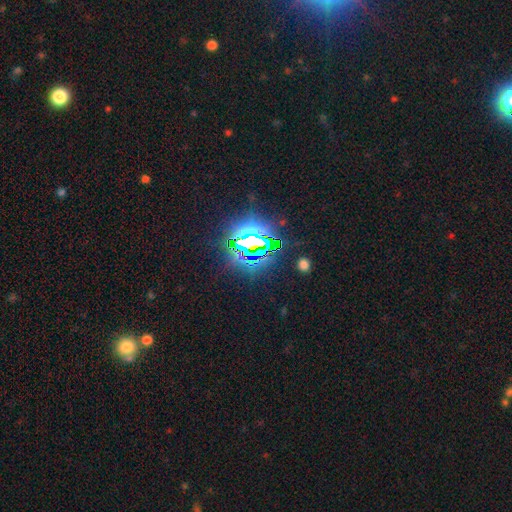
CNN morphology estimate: type=star or artifact (79%).